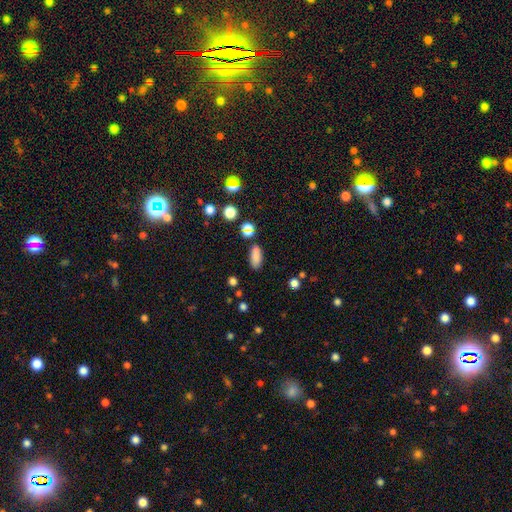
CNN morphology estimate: A smooth galaxy with no disk features (82%) that is in between round and cigar-shaped (79%).

Vote fractions:
- Smooth or featured? smooth: 82% / star or artifact: 12% / featured or disk: 5%
- How rounded? in between: 79% / cigar-shaped: 16% / round: 5%
- Merging? none: 80% / minor disturbance: 12% / merger: 5% / major disturbance: 3%